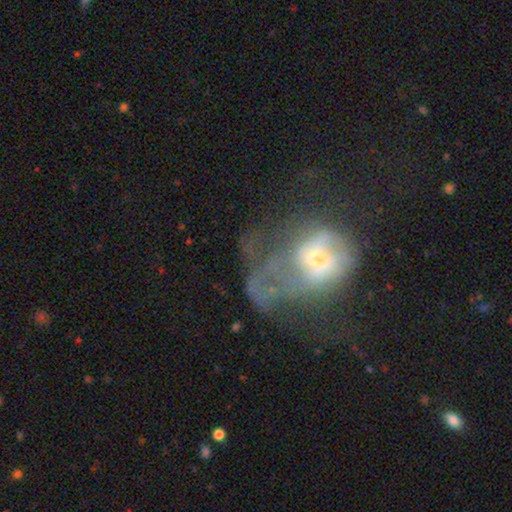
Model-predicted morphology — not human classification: This is possibly a featured or disk galaxy (53%). It is clearly not viewed edge-on (95%). Bar: likely no (74%). Spiral arm pattern: likely no (68%). Central bulge: marginally moderate (44%). Merging: possibly major disturbance (53%).